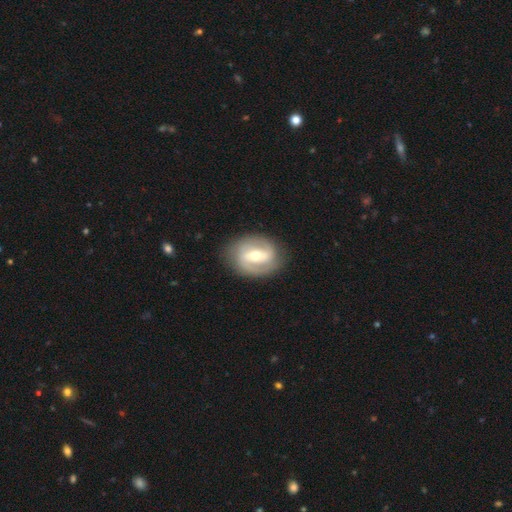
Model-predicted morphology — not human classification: featured or disk 78%, smooth 17%, star or artifact 5%. Down the decision tree: edge-on disk — no (96%); bar — weak (40%); spiral arms — yes (86%); spiral arm count — 2 (84%); spiral winding — medium (44%); bulge size — moderate (65%); merging — none (82%).